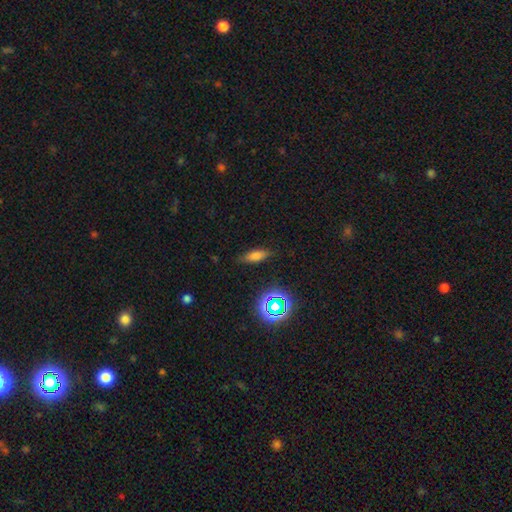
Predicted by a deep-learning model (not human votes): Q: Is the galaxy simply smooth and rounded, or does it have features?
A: smooth — 70%.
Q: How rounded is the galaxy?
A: in between — 62%.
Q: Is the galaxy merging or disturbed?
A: none — 82%.